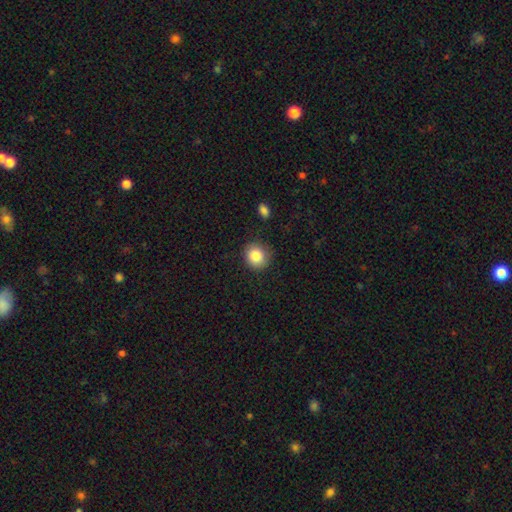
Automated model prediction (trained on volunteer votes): Morphology: type=smooth (85%); roundness=round (85%); merging=none (85%).